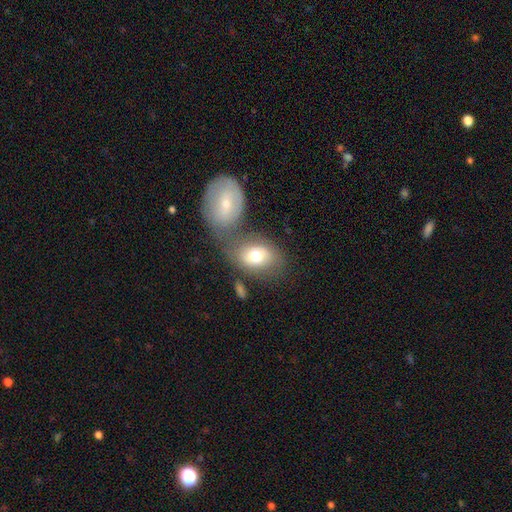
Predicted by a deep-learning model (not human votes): Q: Smooth or featured?
A: smooth (67%); runner-up: featured or disk (25%)
Q: How rounded?
A: in between (74%); runner-up: round (24%)
Q: Merging?
A: none (42%); runner-up: merger (36%)